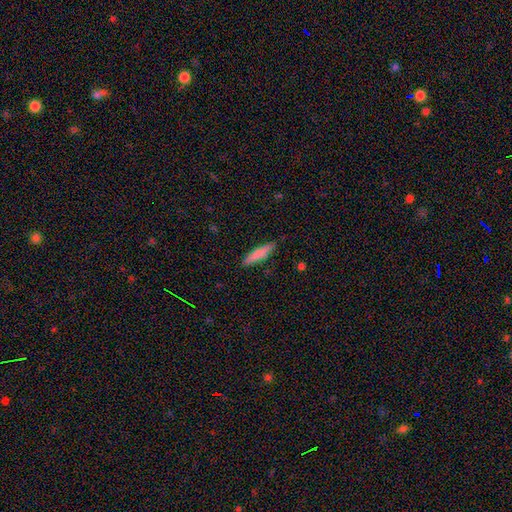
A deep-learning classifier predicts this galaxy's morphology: Smooth or featured? smooth (79%)
How rounded? cigar-shaped (87%)
Merging? none (88%)